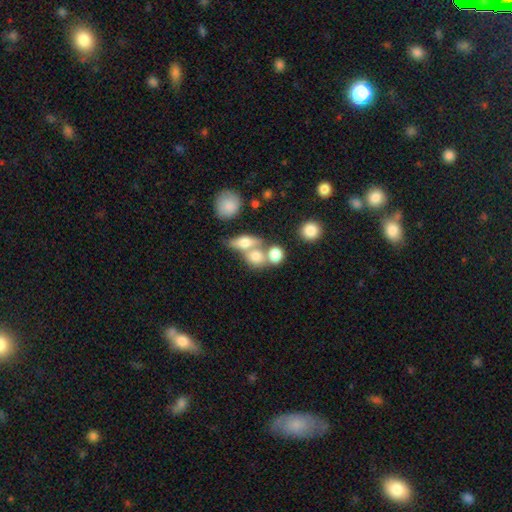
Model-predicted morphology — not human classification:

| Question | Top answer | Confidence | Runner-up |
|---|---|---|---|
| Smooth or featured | smooth | 72% | featured or disk (18%) |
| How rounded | round | 55% | in between (41%) |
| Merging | merger | 54% | none (32%) |